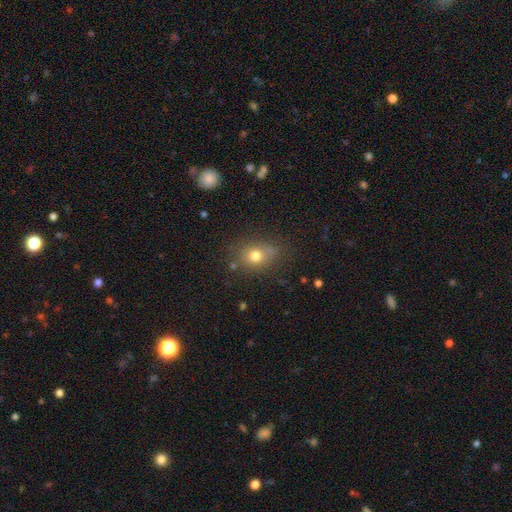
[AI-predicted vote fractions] Smooth or featured?
  - smooth: 74% *
  - star or artifact: 14%
  - featured or disk: 12%
How rounded?
  - round: 49% * (tied)
  - in between: 49% * (tied)
  - cigar-shaped: 2%
Merging?
  - none: 72% *
  - minor disturbance: 17%
  - major disturbance: 6%
  - merger: 5%